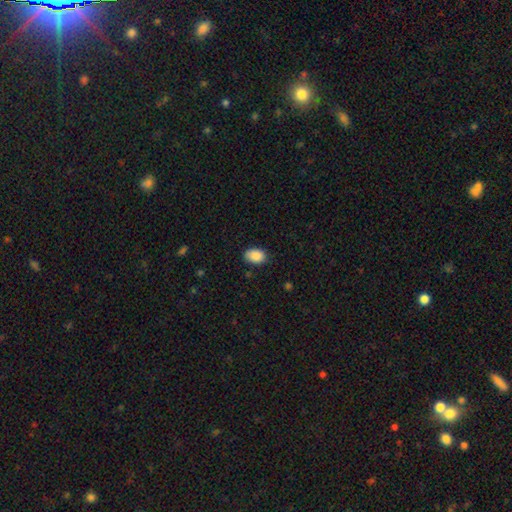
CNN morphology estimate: Smooth or featured? Predicted: smooth (p=0.88). How rounded? Predicted: in between (p=0.82). Merging? Predicted: none (p=0.79).